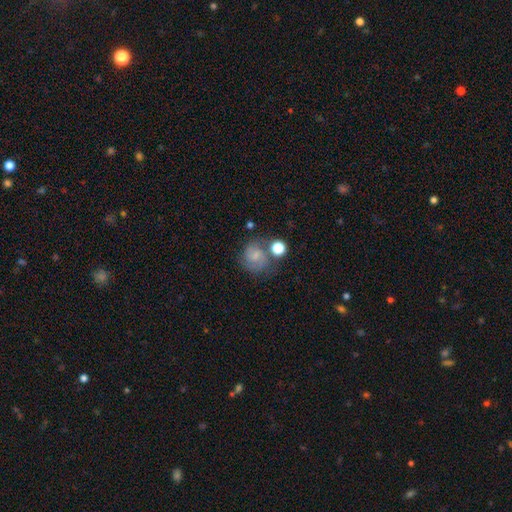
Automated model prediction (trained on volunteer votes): This appears to be a smooth galaxy with no disk features (45%). Merging: none (56%).